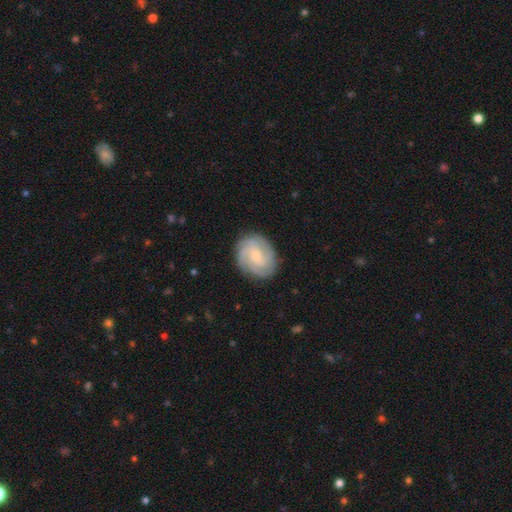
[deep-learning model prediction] This is likely a featured or disk galaxy (77%). It is clearly not viewed edge-on (98%). Bar: possibly no (56%). Spiral arm pattern: clearly yes (96%). Spiral arm count: marginally 3 (27%). Spiral winding: likely tight (61%). Central bulge: likely small (67%). Merging: clearly none (84%).